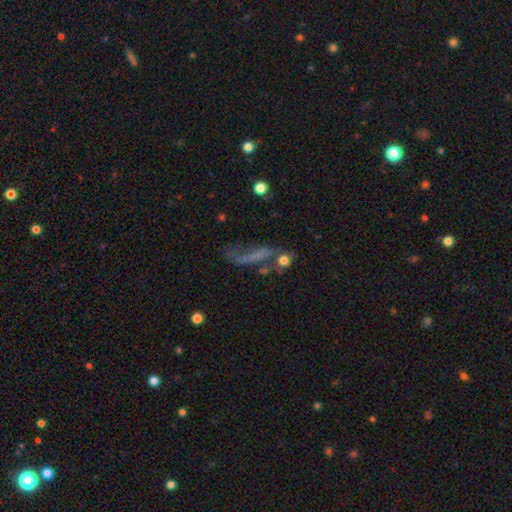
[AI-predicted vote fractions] The model was most divided on "merging": none: 37%, major disturbance: 30%, minor disturbance: 19%, merger: 14%. Remaining: smooth or featured — featured or disk (47%).